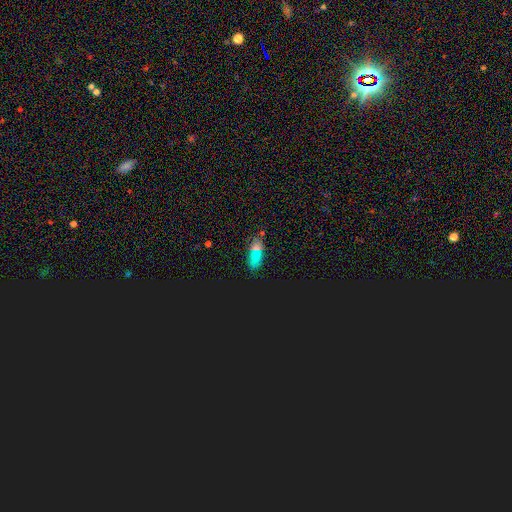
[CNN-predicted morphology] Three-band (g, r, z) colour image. It shows a smooth galaxy with no disk features (56%) that is in between round and cigar-shaped (80%). Merging: none (77%).